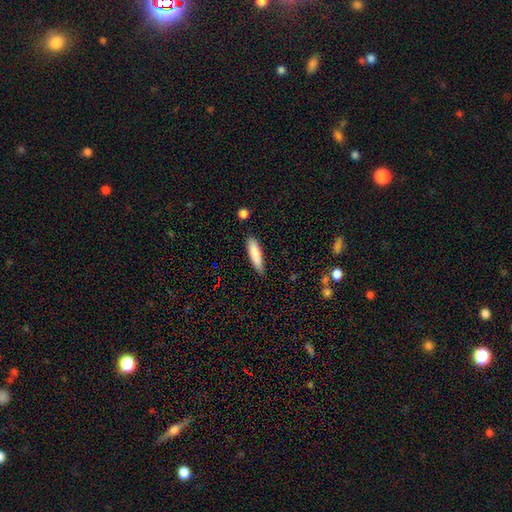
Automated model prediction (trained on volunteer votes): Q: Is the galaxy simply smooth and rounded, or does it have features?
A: smooth — 84%.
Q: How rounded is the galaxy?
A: cigar-shaped — 78%.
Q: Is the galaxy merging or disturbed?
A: none — 82%.